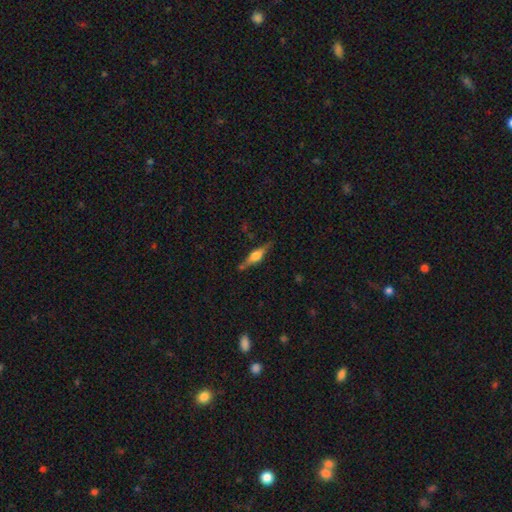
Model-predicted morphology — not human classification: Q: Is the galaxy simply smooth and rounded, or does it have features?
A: featured or disk — 66%.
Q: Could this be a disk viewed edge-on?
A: yes — 96%.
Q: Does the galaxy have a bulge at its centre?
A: rounded — 84%.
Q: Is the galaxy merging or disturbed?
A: none — 80%.